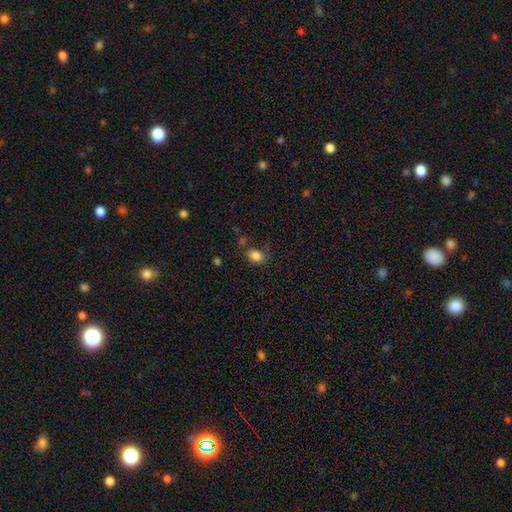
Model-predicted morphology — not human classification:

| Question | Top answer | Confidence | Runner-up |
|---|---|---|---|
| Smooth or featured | smooth | 84% | star or artifact (11%) |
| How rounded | in between | 67% | round (32%) |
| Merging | none | 69% | minor disturbance (18%) |